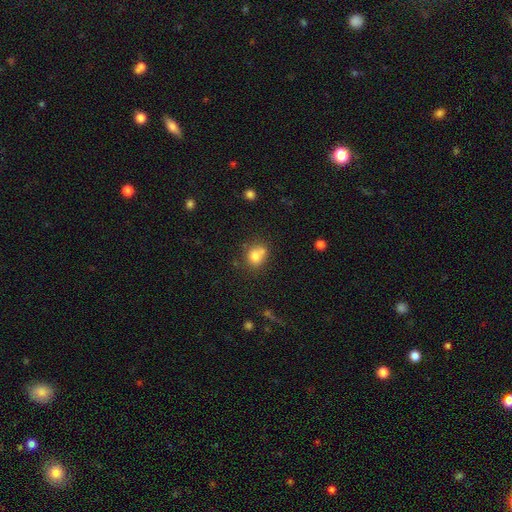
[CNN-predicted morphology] smooth-or-featured: smooth: 76% | featured or disk: 13% | star or artifact: 12%
  how-rounded: round: 68% | in between: 31% | cigar-shaped: 1%
  merging: none: 47% | merger: 32% | minor disturbance: 16% | major disturbance: 5%